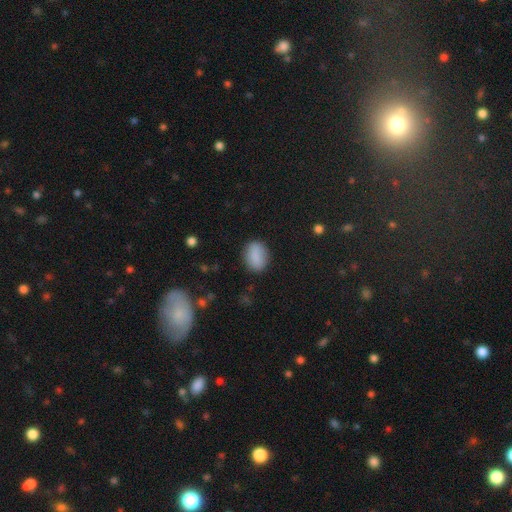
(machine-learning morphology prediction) smooth-or-featured: smooth: 85% | star or artifact: 8% | featured or disk: 8%
  how-rounded: in between: 71% | round: 27% | cigar-shaped: 2%
  merging: none: 84% | minor disturbance: 11% | major disturbance: 3% | merger: 1%